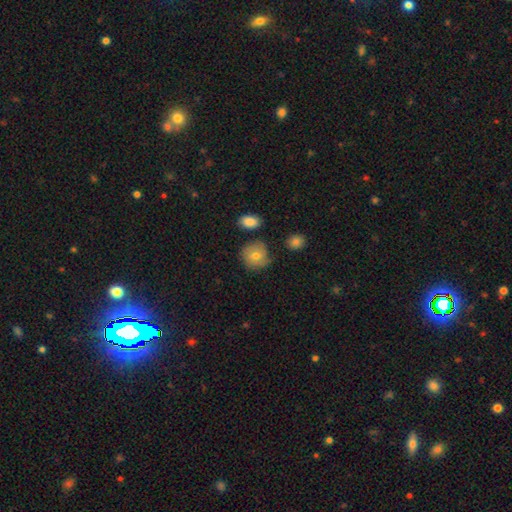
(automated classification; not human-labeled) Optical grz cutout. It shows a smooth galaxy with no disk features (72%) that is round (84%). Merging: none (68%).